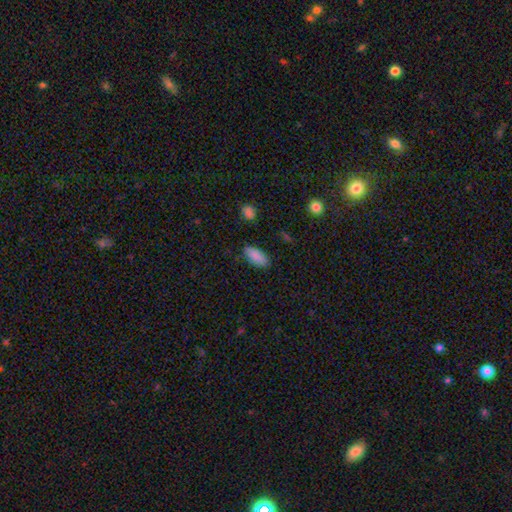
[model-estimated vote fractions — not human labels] Smooth or featured?
  - smooth: 88% *
  - star or artifact: 7%
  - featured or disk: 5%
How rounded?
  - in between: 90% *
  - cigar-shaped: 8%
  - round: 2%
Merging?
  - none: 82% *
  - minor disturbance: 14%
  - major disturbance: 3%
  - merger: 1%